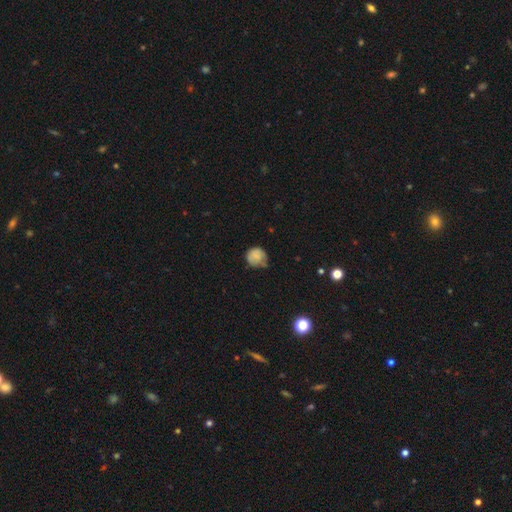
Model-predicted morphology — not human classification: A smooth galaxy with no disk features (74%) that is round (84%).

Vote fractions:
- Smooth or featured? smooth: 74% / featured or disk: 16% / star or artifact: 10%
- How rounded? round: 84% / in between: 15% / cigar-shaped: 1%
- Merging? none: 49% / minor disturbance: 38% / major disturbance: 11% / merger: 3%